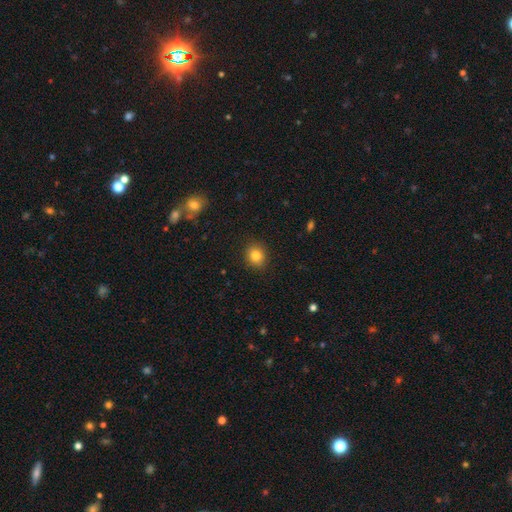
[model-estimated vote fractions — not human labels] A smooth galaxy with no disk features (84%) that is round (76%).

Vote fractions:
- Smooth or featured? smooth: 84% / star or artifact: 11% / featured or disk: 6%
- How rounded? round: 76% / in between: 23% / cigar-shaped: 1%
- Merging? none: 90% / minor disturbance: 7% / major disturbance: 2% / merger: 1%